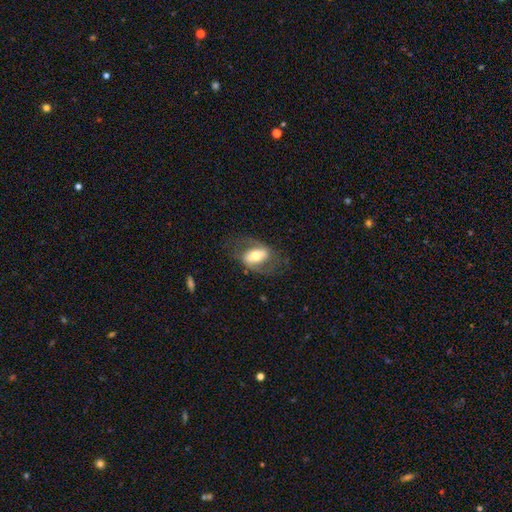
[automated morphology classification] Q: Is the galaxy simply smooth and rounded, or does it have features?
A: featured or disk — 62%.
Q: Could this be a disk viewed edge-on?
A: no — 92%.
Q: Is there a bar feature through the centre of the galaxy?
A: strong — 47%.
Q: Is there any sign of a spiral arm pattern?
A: yes — 72%.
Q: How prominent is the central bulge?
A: moderate — 64%.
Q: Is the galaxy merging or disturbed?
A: none — 66%.